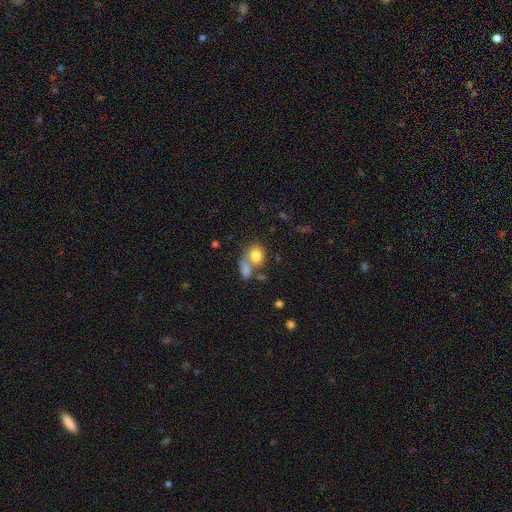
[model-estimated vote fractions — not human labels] Smooth or featured?
  - smooth: 79% *
  - featured or disk: 12%
  - star or artifact: 10%
How rounded?
  - round: 62% *
  - in between: 37%
  - cigar-shaped: 1%
Merging?
  - merger: 46% *
  - none: 38%
  - minor disturbance: 10%
  - major disturbance: 6%